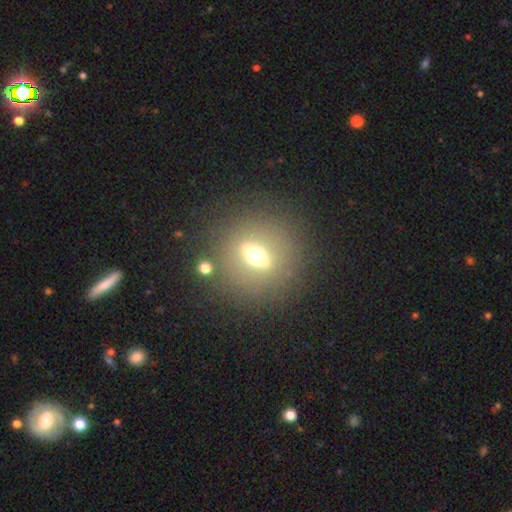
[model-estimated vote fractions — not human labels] Morphology: type=featured or disk (56%); edge-on=yes (56%); merging=none (83%).